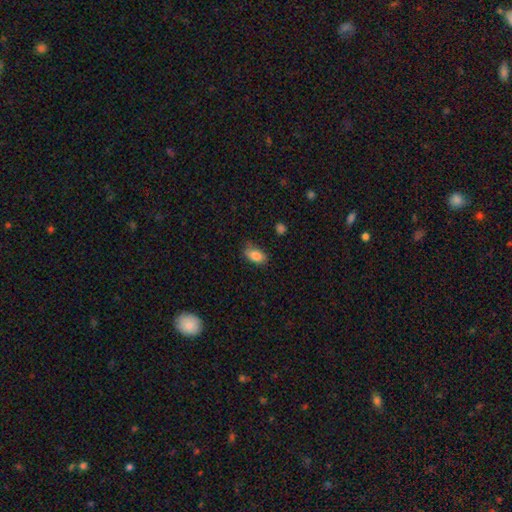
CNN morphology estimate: A smooth galaxy with no disk features (84%) that is in between round and cigar-shaped (89%).

Vote fractions:
- Smooth or featured? smooth: 84% / featured or disk: 8% / star or artifact: 8%
- How rounded? in between: 89% / round: 8% / cigar-shaped: 3%
- Merging? none: 69% / minor disturbance: 25% / major disturbance: 5% / merger: 2%